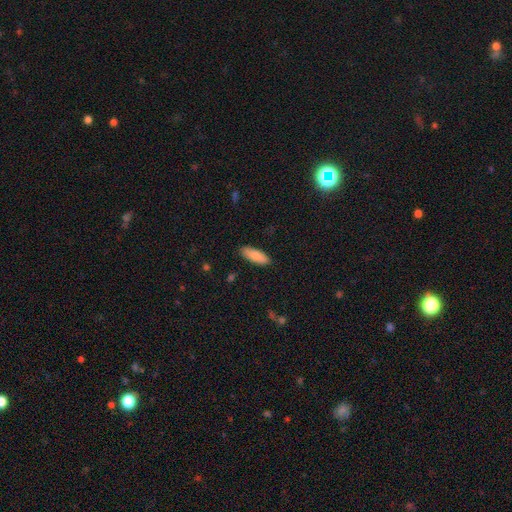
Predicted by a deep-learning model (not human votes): Q: Smooth or featured?
A: smooth (83%); runner-up: featured or disk (11%)
Q: How rounded?
A: in between (67%); runner-up: cigar-shaped (32%)
Q: Merging?
A: none (88%); runner-up: minor disturbance (9%)